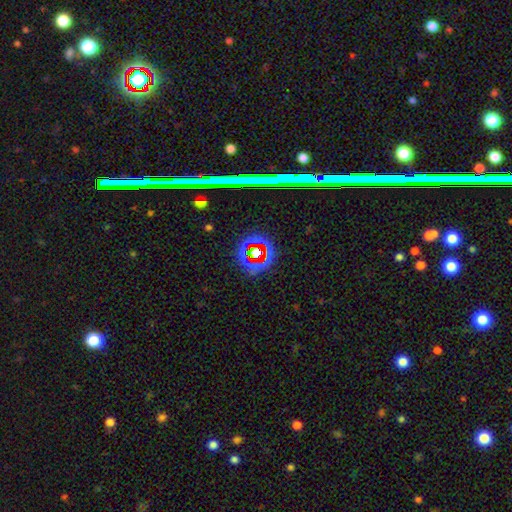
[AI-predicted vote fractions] smooth_or_featured: star or artifact (p=0.64) [alt: smooth p=0.21]